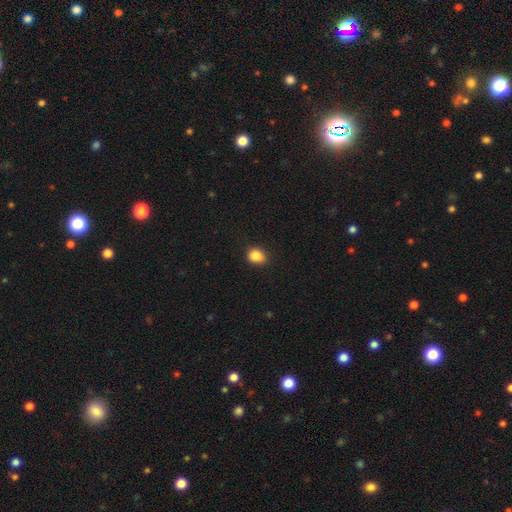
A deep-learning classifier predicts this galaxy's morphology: Q: Smooth or featured?
A: smooth (86%); runner-up: star or artifact (10%)
Q: How rounded?
A: round (61%); runner-up: in between (38%)
Q: Merging?
A: none (74%); runner-up: minor disturbance (21%)